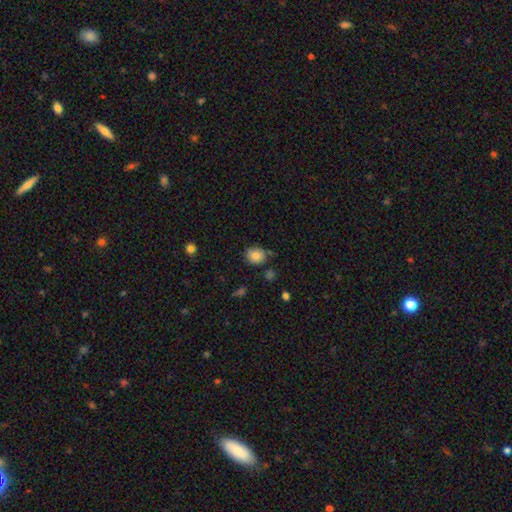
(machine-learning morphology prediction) Smooth or featured?
  - smooth: 84% *
  - star or artifact: 10%
  - featured or disk: 7%
How rounded?
  - round: 65% *
  - in between: 34%
  - cigar-shaped: 1%
Merging?
  - none: 77% *
  - minor disturbance: 16%
  - merger: 5%
  - major disturbance: 3%